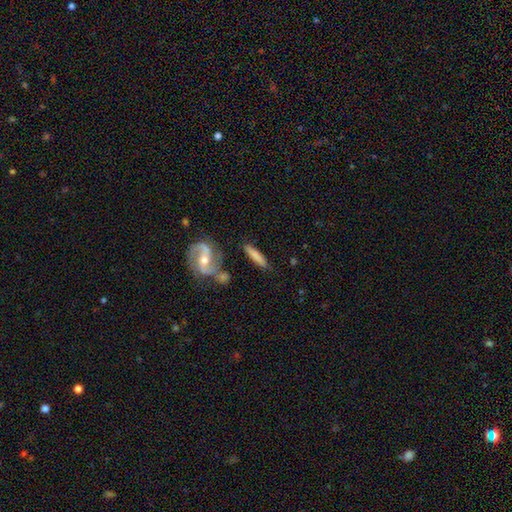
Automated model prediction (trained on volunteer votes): Smooth or featured? smooth (65%)
How rounded? cigar-shaped (83%)
Merging? none (76%)